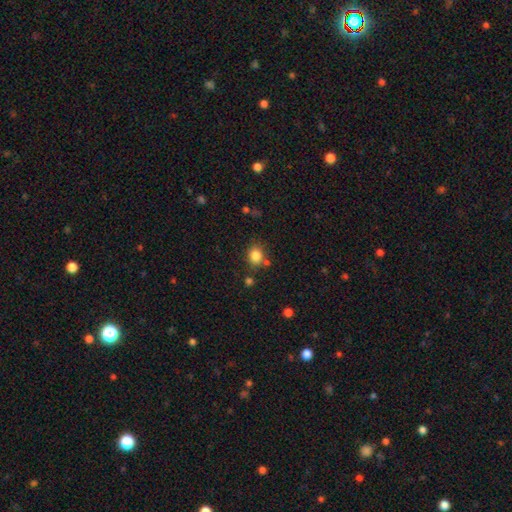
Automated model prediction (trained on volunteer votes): A smooth galaxy with no disk features (84%) that is round (66%). Merging: none (74%).